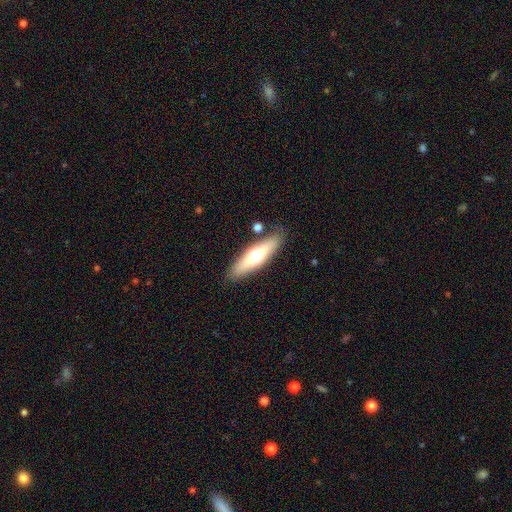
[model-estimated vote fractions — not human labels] Morphology: type=smooth (53%); roundness=cigar-shaped (64%); merging=none (83%).